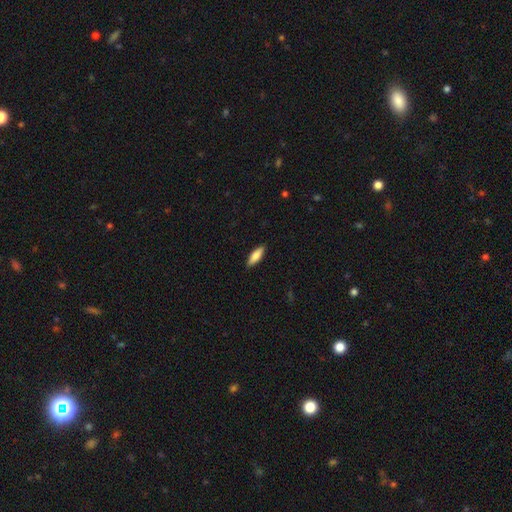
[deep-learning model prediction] Smooth or featured: smooth — 83% (featured or disk — 11%)
How rounded: in between — 58% (cigar-shaped — 40%)
Merging: none — 88% (minor disturbance — 9%)